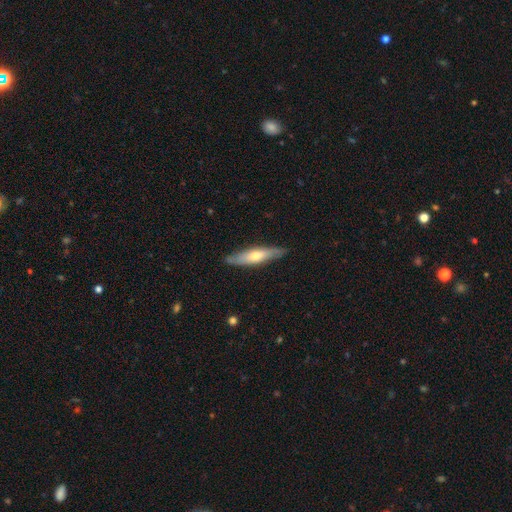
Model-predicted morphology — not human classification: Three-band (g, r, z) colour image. It shows a smooth galaxy with no disk features (49%). Merging: none (85%).